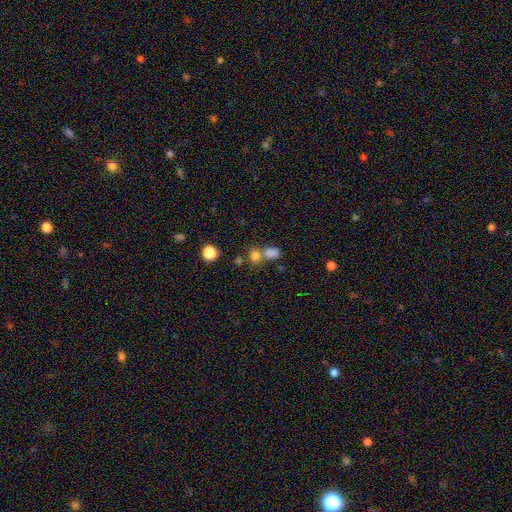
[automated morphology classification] Smooth or featured? smooth (77%)
How rounded? in between (49%, tied with round)
Merging? merger (45%)